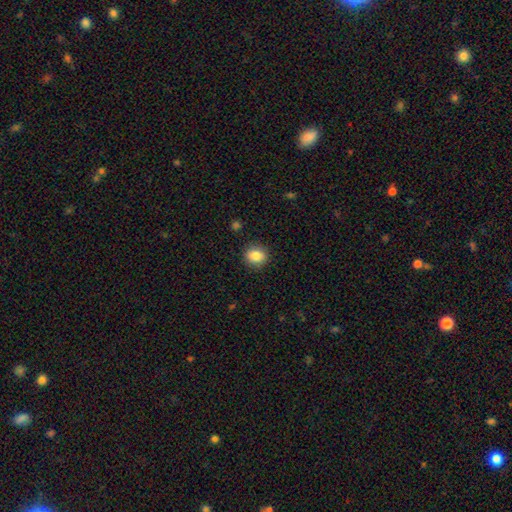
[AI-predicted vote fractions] This appears to be a smooth galaxy with no disk features (85%) that is round (73%). Merging: none (89%).